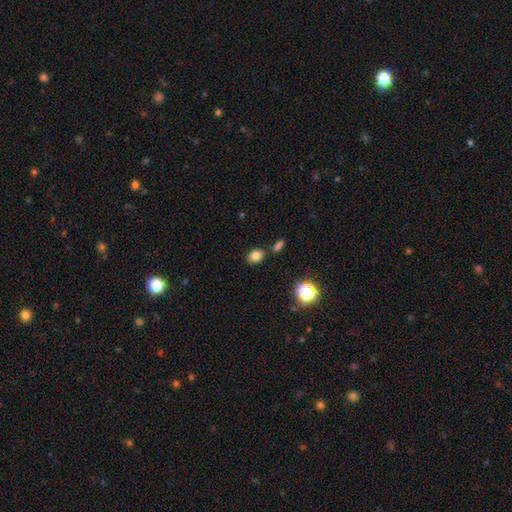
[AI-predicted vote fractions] Q: Smooth or featured?
A: smooth (79%); runner-up: star or artifact (13%)
Q: How rounded?
A: in between (63%); runner-up: round (35%)
Q: Merging?
A: none (78%); runner-up: minor disturbance (11%)